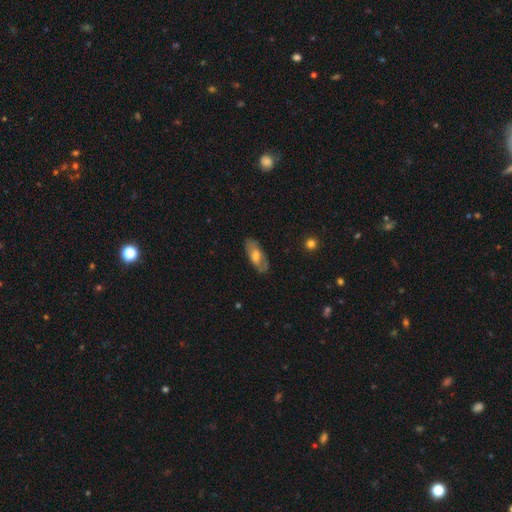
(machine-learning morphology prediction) Smooth or featured: smooth — 54% (featured or disk — 40%)
How rounded: in between — 82% (cigar-shaped — 16%)
Merging: none — 80% (minor disturbance — 15%)